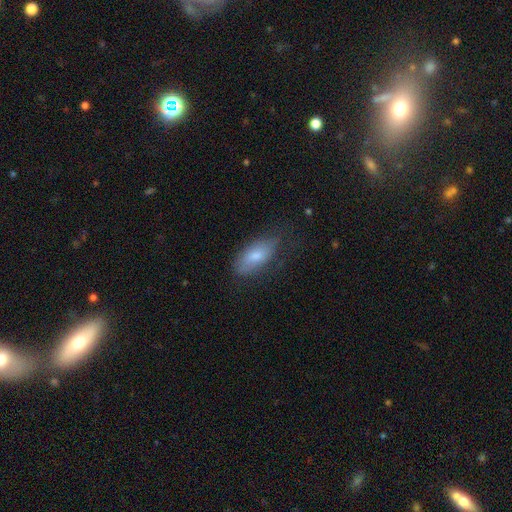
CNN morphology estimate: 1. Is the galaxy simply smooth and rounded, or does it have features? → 71% smooth, 21% featured or disk, 8% star or artifact.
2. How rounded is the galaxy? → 84% in between, 14% cigar-shaped, 3% round.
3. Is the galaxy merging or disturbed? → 61% none, 27% minor disturbance, 11% major disturbance, 2% merger.